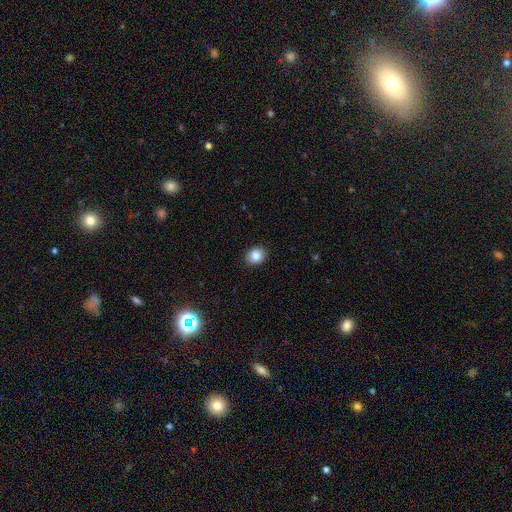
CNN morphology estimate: The model was most divided on "how rounded": round: 56%, in between: 43%, cigar-shaped: 1%. More confident: merging — none (90%); smooth or featured — smooth (86%).